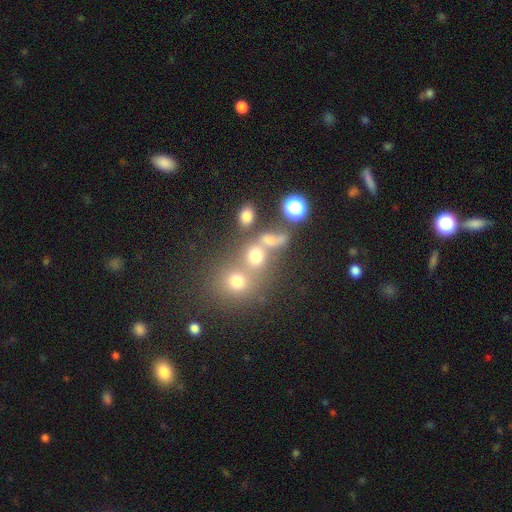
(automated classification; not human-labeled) A smooth galaxy with no disk features (48%).

Vote fractions:
- Smooth or featured? smooth: 48% / star or artifact: 34% / featured or disk: 18%
- Merging? none: 46% / merger: 41% / minor disturbance: 8% / major disturbance: 5%